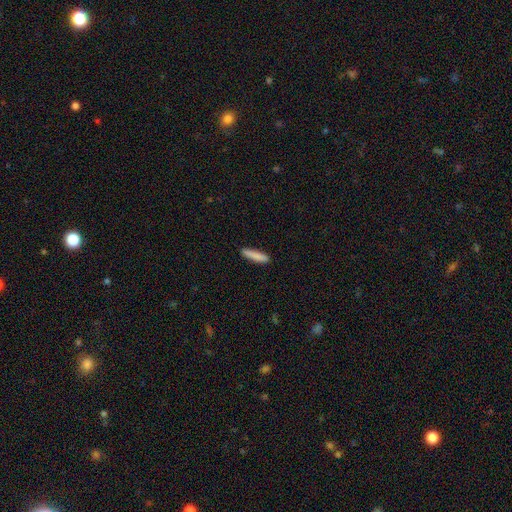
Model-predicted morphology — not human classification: Smooth or featured?
  - smooth: 86% *
  - featured or disk: 8%
  - star or artifact: 6%
How rounded?
  - cigar-shaped: 87% *
  - in between: 12%
  - round: 1%
Merging?
  - none: 89% *
  - minor disturbance: 8%
  - major disturbance: 2%
  - merger: 1%